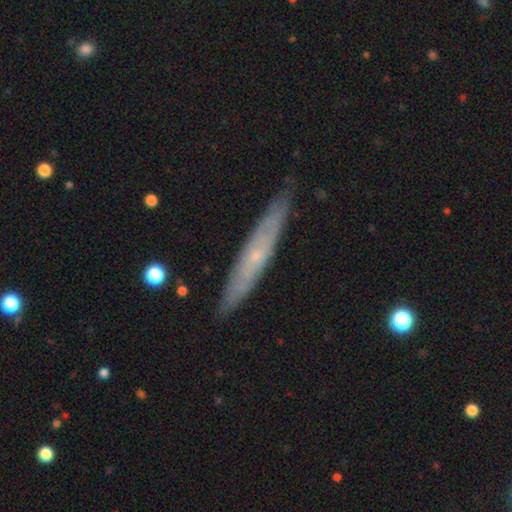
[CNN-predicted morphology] Smooth or featured: featured or disk — 63% (smooth — 31%)
Edge-on disk: yes — 68% (no — 32%)
Merging: none — 84% (minor disturbance — 13%)